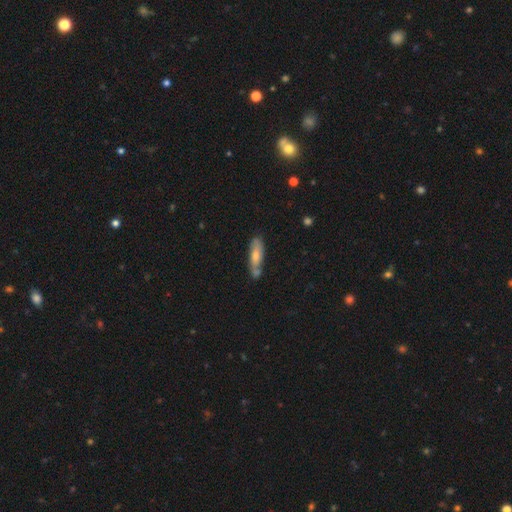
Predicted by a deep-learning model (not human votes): Smooth or featured: smooth — 53% (featured or disk — 40%)
How rounded: cigar-shaped — 62% (in between — 36%)
Merging: none — 64% (minor disturbance — 20%)